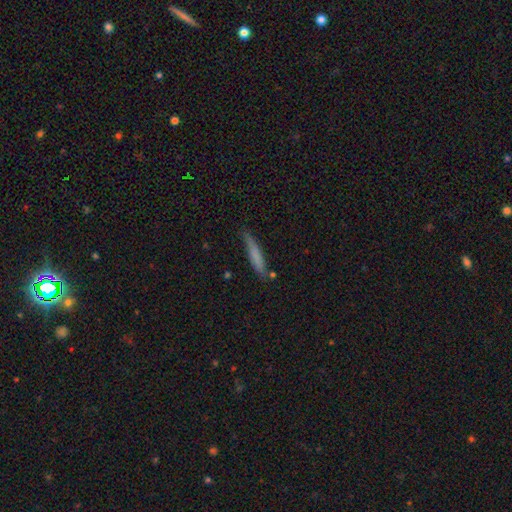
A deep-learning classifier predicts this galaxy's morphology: This appears to be a smooth galaxy with no disk features (71%) that is cigar-shaped (93%). Merging: none (74%).